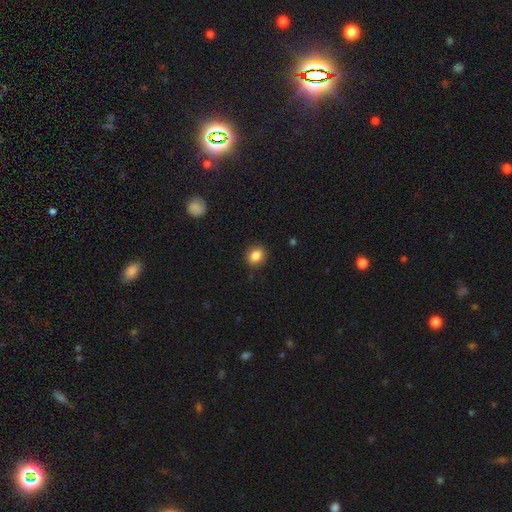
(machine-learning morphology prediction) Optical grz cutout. It shows a smooth galaxy with no disk features (86%) that is round (54%). Merging: none (88%).